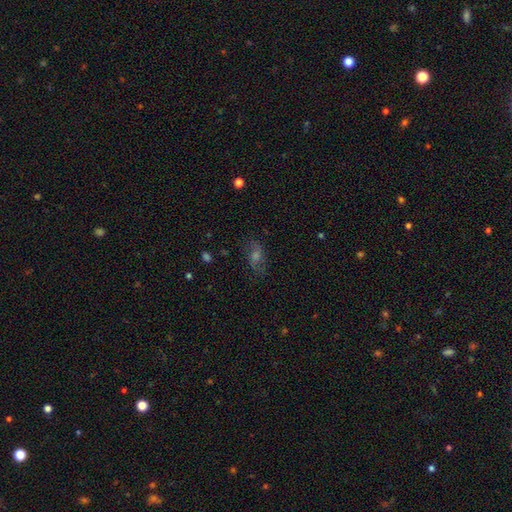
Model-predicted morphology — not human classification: smooth-or-featured: featured or disk: 46% | smooth: 30% | star or artifact: 24%
  merging: none: 76% | minor disturbance: 15% | major disturbance: 7% | merger: 2%